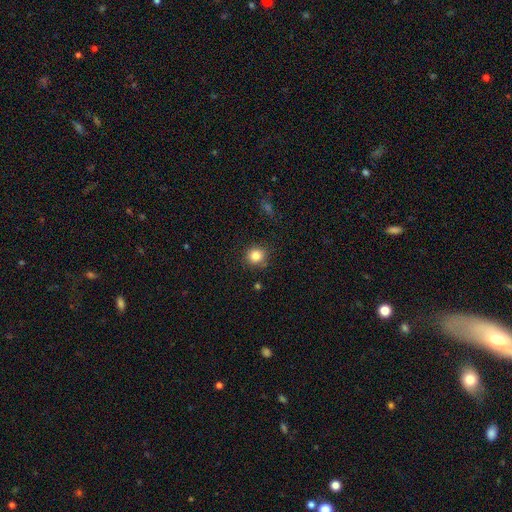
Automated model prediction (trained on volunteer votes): Smooth or featured?
  - smooth: 84% *
  - star or artifact: 11%
  - featured or disk: 5%
How rounded?
  - round: 89% *
  - in between: 10%
  - cigar-shaped: 1%
Merging?
  - none: 87% *
  - minor disturbance: 9%
  - major disturbance: 3%
  - merger: 2%